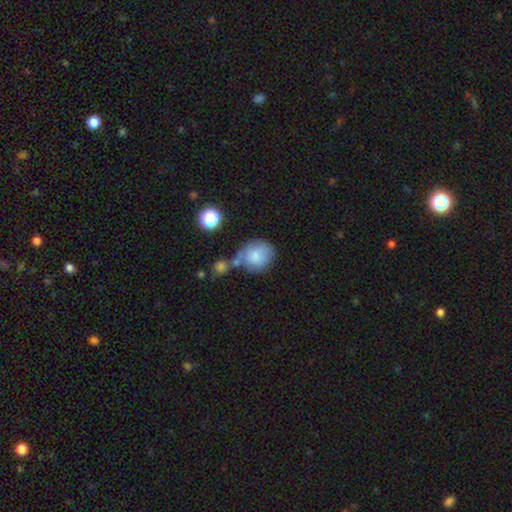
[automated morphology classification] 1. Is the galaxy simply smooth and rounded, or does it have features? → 78% smooth, 13% featured or disk, 9% star or artifact.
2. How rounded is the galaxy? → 73% round, 26% in between, 1% cigar-shaped.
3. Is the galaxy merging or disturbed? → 45% none, 22% merger, 22% minor disturbance, 10% major disturbance.